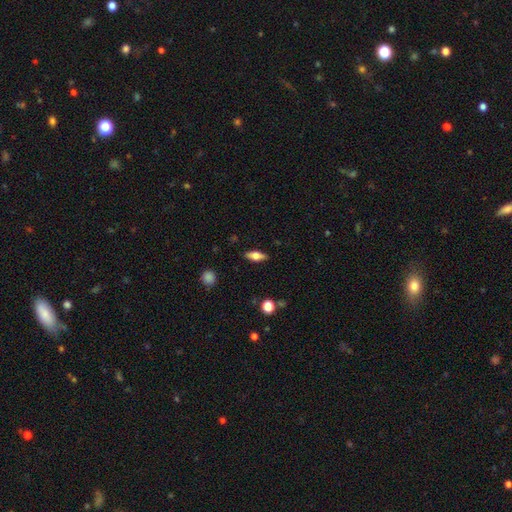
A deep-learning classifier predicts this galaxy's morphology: The model was most divided on "smooth or featured": smooth: 54%, featured or disk: 39%, star or artifact: 7%. More confident: merging — none (87%); how rounded — in between (68%).